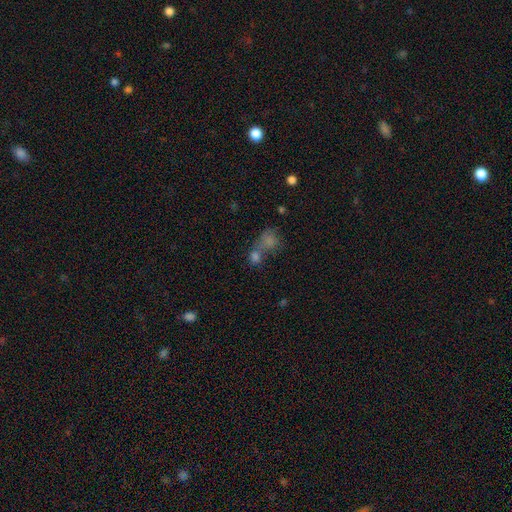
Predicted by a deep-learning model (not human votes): A smooth galaxy with no disk features (67%) that is round (62%).

Vote fractions:
- Smooth or featured? smooth: 67% / star or artifact: 20% / featured or disk: 13%
- How rounded? round: 62% / in between: 36% / cigar-shaped: 3%
- Merging? merger: 50% / none: 36% / minor disturbance: 9% / major disturbance: 6%